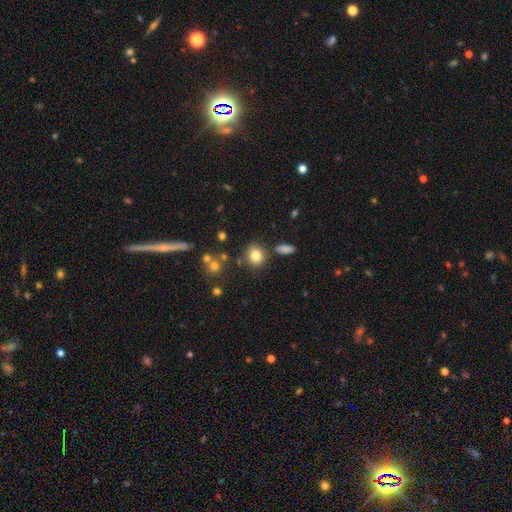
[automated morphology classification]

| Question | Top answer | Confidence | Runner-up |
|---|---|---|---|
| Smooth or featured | smooth | 81% | star or artifact (11%) |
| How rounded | round | 73% | in between (26%) |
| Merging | none | 76% | minor disturbance (13%) |